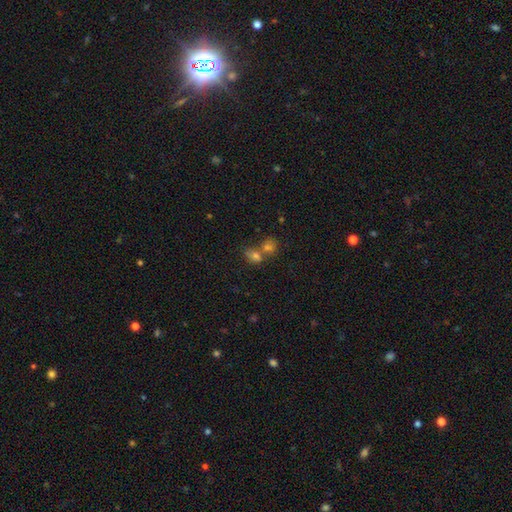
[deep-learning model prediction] The model was most divided on "how rounded": round: 55%, in between: 43%, cigar-shaped: 2%. More confident: smooth or featured — smooth (70%); merging — merger (56%).